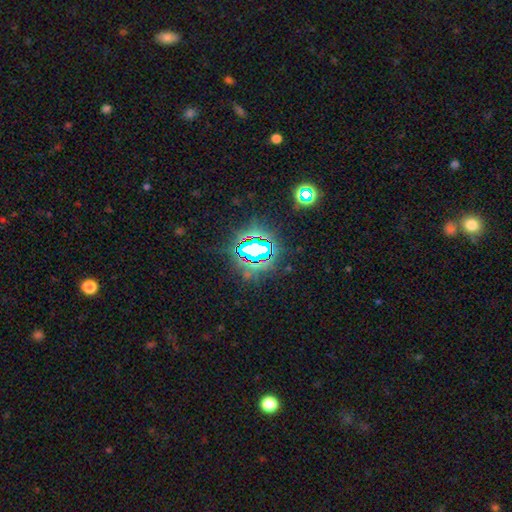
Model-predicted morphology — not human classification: This is likely a star or artifact rather than a galaxy (78%).